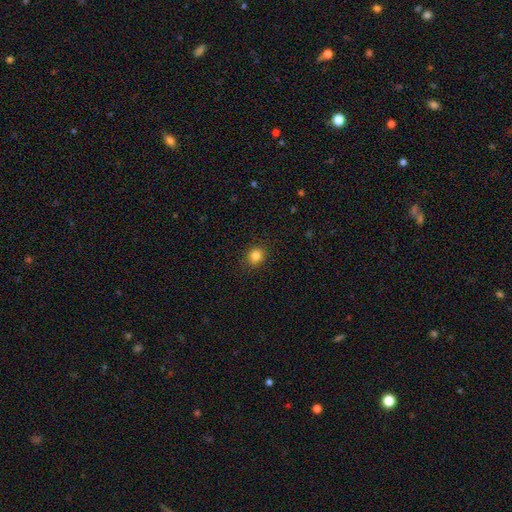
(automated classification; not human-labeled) smooth_or_featured: smooth (p=0.84) [alt: star or artifact p=0.12]
how_rounded: round (p=0.80) [alt: in between p=0.19]
merging: none (p=0.90) [alt: minor disturbance p=0.07]